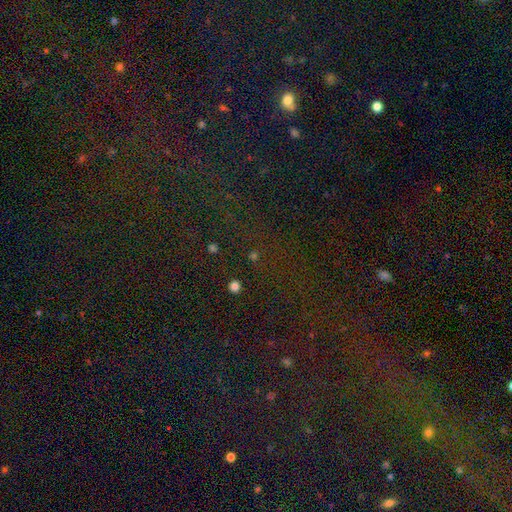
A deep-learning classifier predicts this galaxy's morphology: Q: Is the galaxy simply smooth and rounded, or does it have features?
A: star or artifact — 78%.